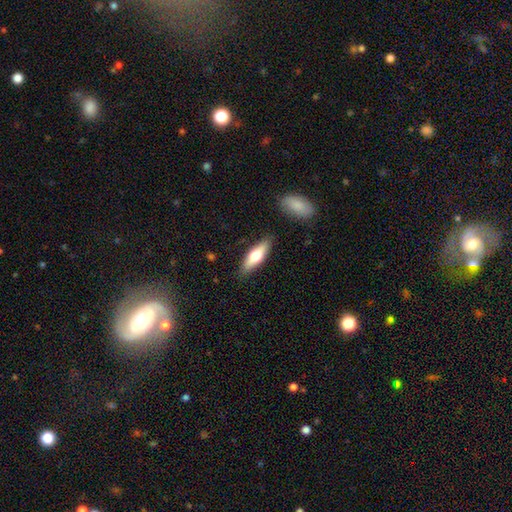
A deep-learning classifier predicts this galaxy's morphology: Q: Smooth or featured?
A: smooth (61%); runner-up: featured or disk (33%)
Q: How rounded?
A: cigar-shaped (49%); tied with: in between (49%)
Q: Merging?
A: none (84%); runner-up: minor disturbance (11%)